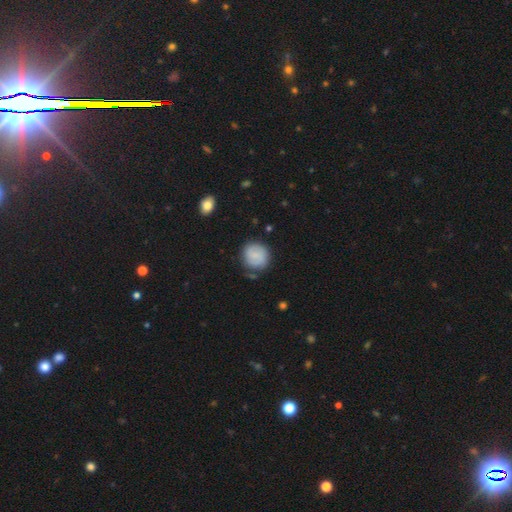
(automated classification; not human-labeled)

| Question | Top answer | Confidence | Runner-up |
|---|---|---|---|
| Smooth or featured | smooth | 61% | featured or disk (32%) |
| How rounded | round | 84% | in between (14%) |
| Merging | none | 78% | minor disturbance (15%) |